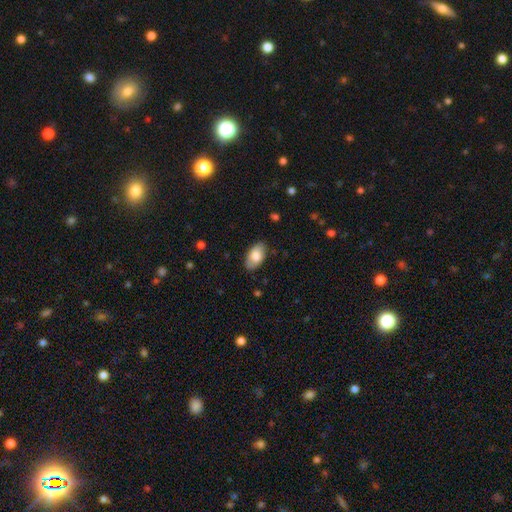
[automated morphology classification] Smooth or featured? smooth (77%)
How rounded? in between (94%)
Merging? none (81%)